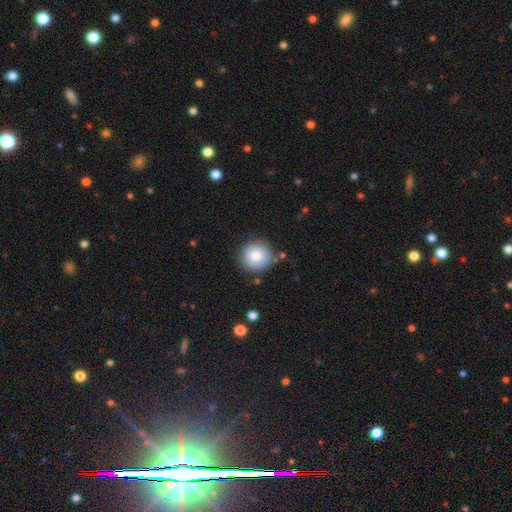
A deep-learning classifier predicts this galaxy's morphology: Q: Smooth or featured?
A: smooth (77%); runner-up: featured or disk (14%)
Q: How rounded?
A: round (95%); runner-up: in between (4%)
Q: Merging?
A: none (83%); runner-up: minor disturbance (11%)